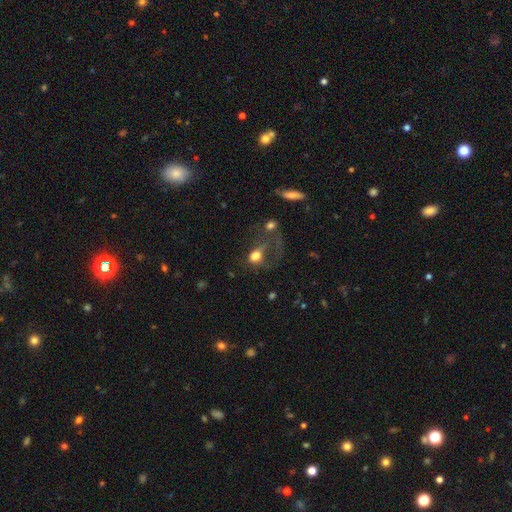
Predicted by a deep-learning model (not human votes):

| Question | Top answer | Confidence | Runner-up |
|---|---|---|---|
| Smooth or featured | smooth | 59% | featured or disk (28%) |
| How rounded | in between | 60% | round (37%) |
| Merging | major disturbance | 56% | none (20%) |